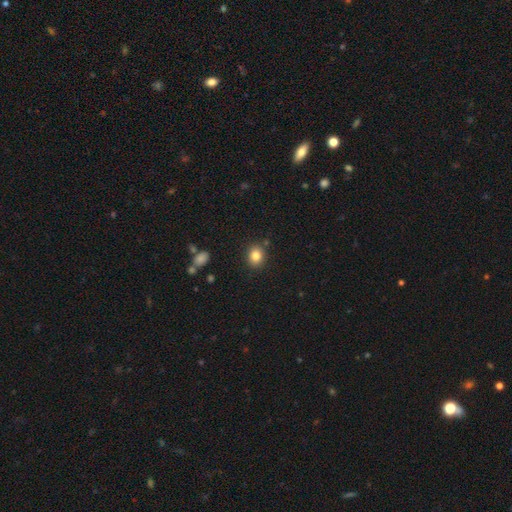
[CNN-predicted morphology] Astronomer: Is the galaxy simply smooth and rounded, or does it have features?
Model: smooth — 83%.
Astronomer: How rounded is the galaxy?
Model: round — 65%.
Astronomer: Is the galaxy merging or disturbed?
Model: none — 86%.